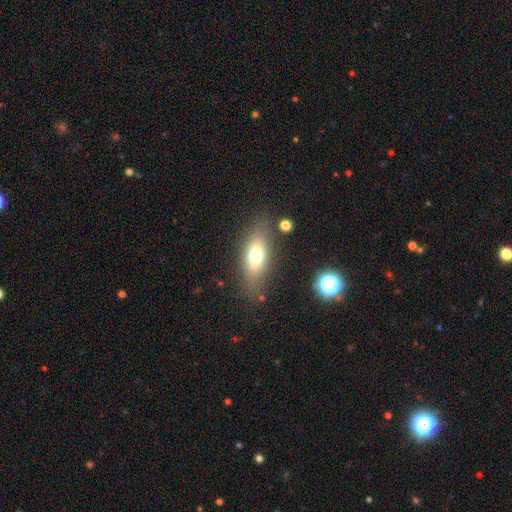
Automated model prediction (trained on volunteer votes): This is likely a smooth galaxy (69%). How rounded: likely in between (75%). Merging: likely none (78%).